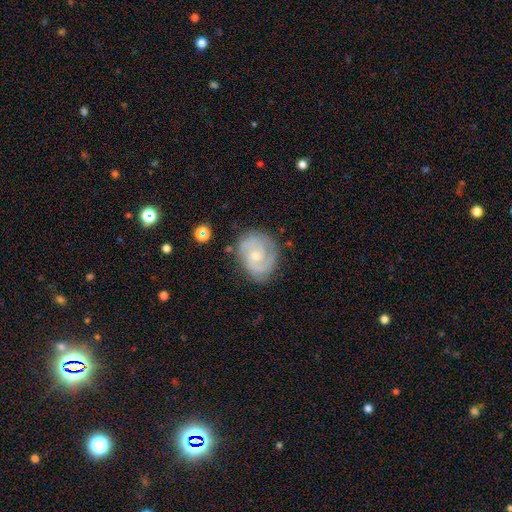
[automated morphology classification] This appears to be a featured or disk galaxy (80%) with no bar (62%), 2 (61%) tight (50%) spiral arms (95%) and a small central bulge (61%). Merging: none (75%).